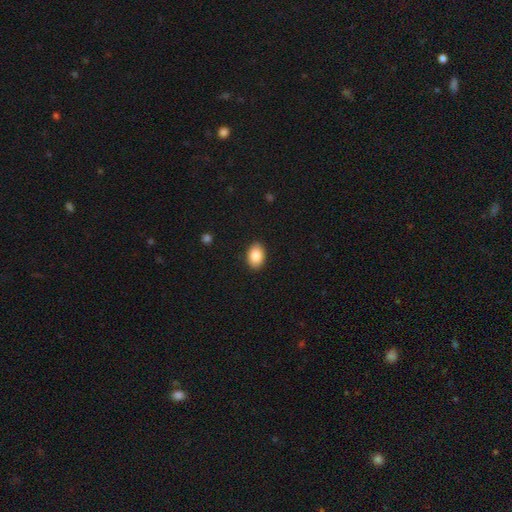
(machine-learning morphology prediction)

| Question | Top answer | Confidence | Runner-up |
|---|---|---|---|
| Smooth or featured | smooth | 87% | star or artifact (7%) |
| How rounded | in between | 84% | round (15%) |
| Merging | none | 90% | minor disturbance (7%) |